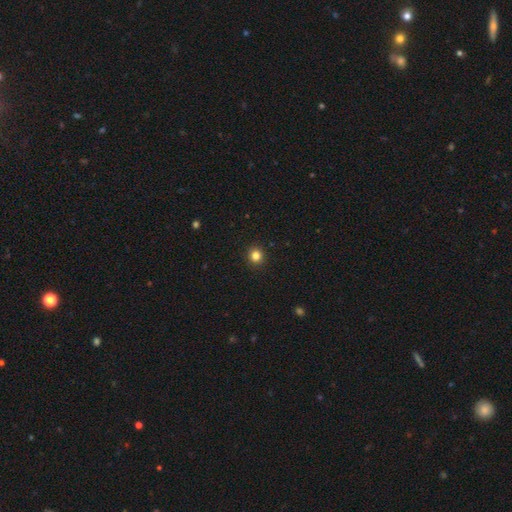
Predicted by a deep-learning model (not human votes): The model was most divided on "smooth or featured": smooth: 83%, star or artifact: 12%, featured or disk: 5%. More confident: merging — none (93%); how rounded — round (91%).